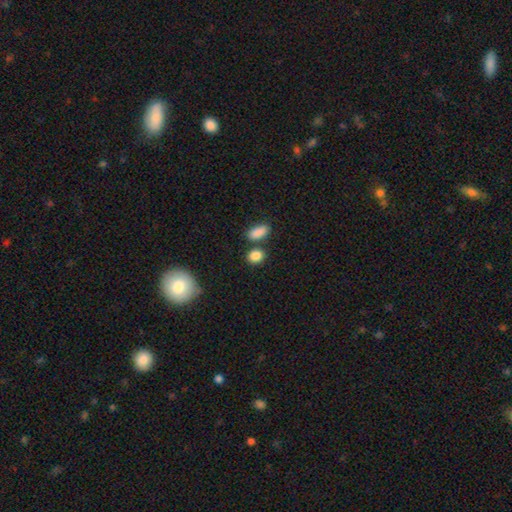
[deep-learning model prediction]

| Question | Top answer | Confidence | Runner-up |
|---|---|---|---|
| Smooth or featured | smooth | 87% | star or artifact (9%) |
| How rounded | in between | 52% | round (45%) |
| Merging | none | 72% | merger (14%) |